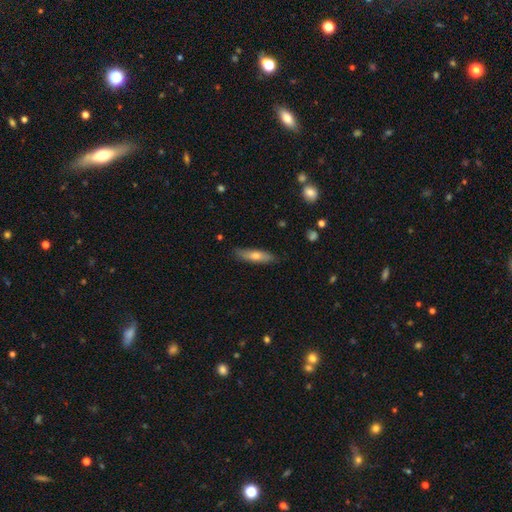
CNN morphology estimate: type=smooth (66%); roundness=cigar-shaped (67%); merging=none (83%).